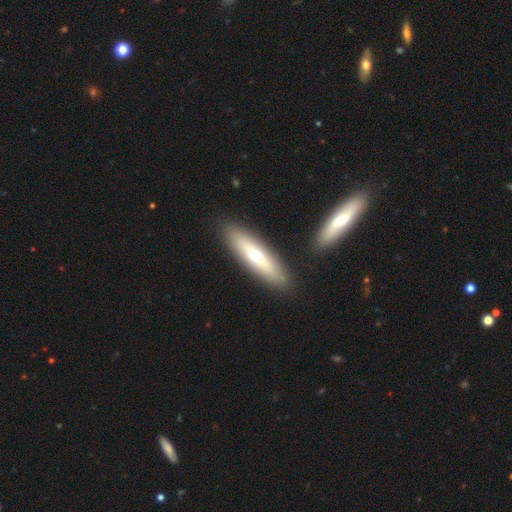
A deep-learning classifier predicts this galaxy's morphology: Smooth or featured?
  - smooth: 55% *
  - featured or disk: 39%
  - star or artifact: 6%
How rounded?
  - cigar-shaped: 68% *
  - in between: 30%
  - round: 2%
Merging?
  - none: 87% *
  - minor disturbance: 8%
  - merger: 3%
  - major disturbance: 2%